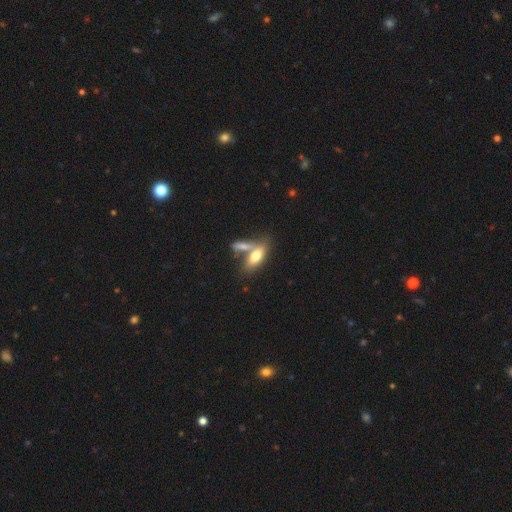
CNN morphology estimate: Smooth or featured?
  - smooth: 68% *
  - featured or disk: 25%
  - star or artifact: 7%
How rounded?
  - in between: 73% *
  - cigar-shaped: 24%
  - round: 3%
Merging?
  - merger: 47% *
  - none: 39%
  - minor disturbance: 10%
  - major disturbance: 5%